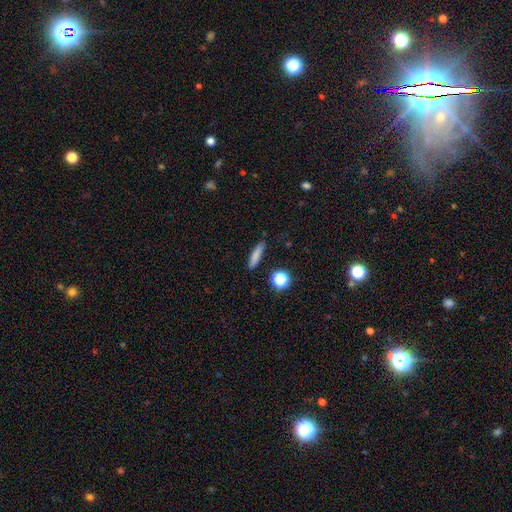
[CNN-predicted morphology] Smooth or featured?
  - smooth: 80% *
  - star or artifact: 10%
  - featured or disk: 10%
How rounded?
  - cigar-shaped: 79% *
  - in between: 17%
  - round: 4%
Merging?
  - none: 87% *
  - minor disturbance: 9%
  - major disturbance: 2%
  - merger: 2%